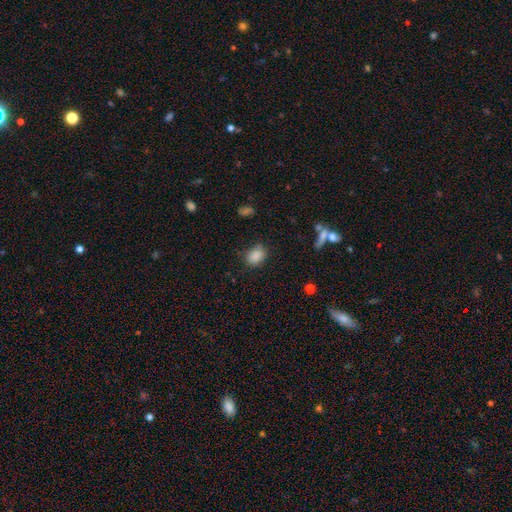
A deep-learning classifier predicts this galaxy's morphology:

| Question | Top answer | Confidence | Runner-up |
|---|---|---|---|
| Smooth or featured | smooth | 85% | star or artifact (10%) |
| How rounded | in between | 69% | round (30%) |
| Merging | none | 74% | minor disturbance (18%) |